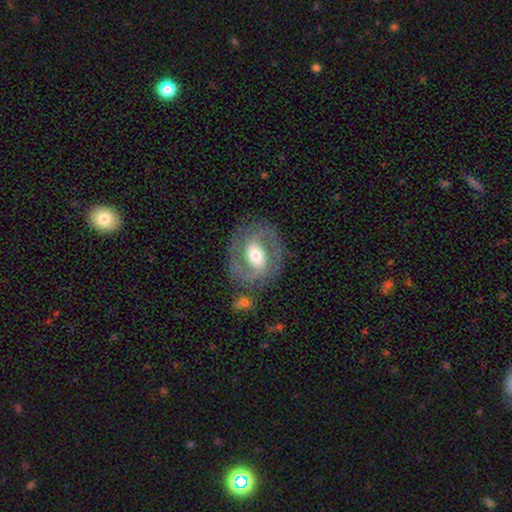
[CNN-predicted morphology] Smooth or featured: featured or disk — 76% (smooth — 18%)
Edge-on disk: no — 96% (yes — 4%)
Bar: weak — 39% (strong — 34%)
Spiral arms: yes — 80% (no — 20%)
Spiral winding: medium — 50% (tight — 33%)
Spiral arm count: 2 — 86% (can't tell — 7%)
Bulge size: moderate — 64% (large — 19%)
Merging: none — 77% (minor disturbance — 13%)